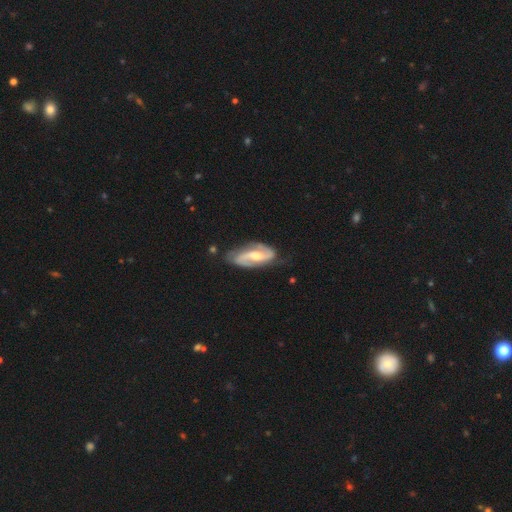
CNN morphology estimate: Q: Smooth or featured?
A: featured or disk (88%); runner-up: smooth (8%)
Q: Edge-on disk?
A: no (96%); runner-up: yes (4%)
Q: Bar?
A: weak (44%); runner-up: strong (29%)
Q: Spiral arms?
A: yes (97%); runner-up: no (3%)
Q: Spiral winding?
A: medium (49%); runner-up: loose (29%)
Q: Spiral arm count?
A: 2 (91%); runner-up: can't tell (3%)
Q: Bulge size?
A: moderate (65%); runner-up: small (22%)
Q: Merging?
A: none (70%); runner-up: minor disturbance (21%)